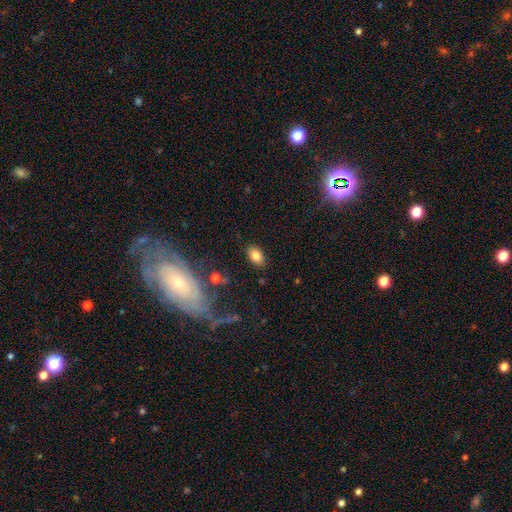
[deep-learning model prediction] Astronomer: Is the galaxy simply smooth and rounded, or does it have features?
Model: smooth — 81%.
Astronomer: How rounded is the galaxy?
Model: in between — 88%.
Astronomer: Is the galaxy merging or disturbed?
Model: none — 85%.